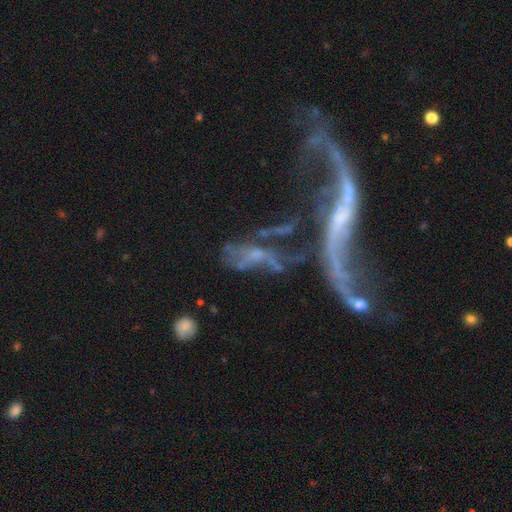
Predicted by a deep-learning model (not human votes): The model was most divided on "bulge size": small: 41%, none: 40%, moderate: 14%, large: 3%, dominant: 2%. Remaining: edge-on disk — no (88%); smooth or featured — featured or disk (73%); spiral arms — yes (63%); bar — no (59%); merging — merger (33%).